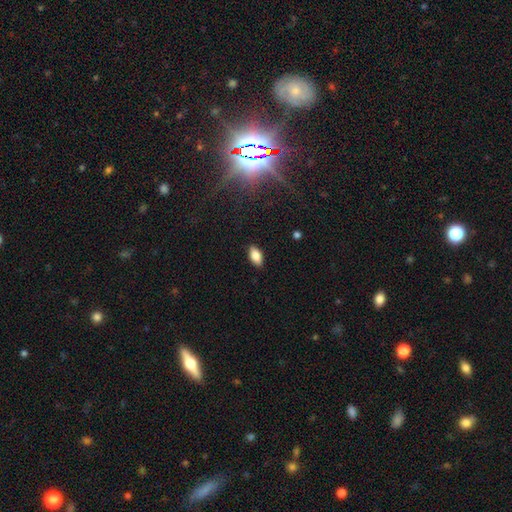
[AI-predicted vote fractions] This is clearly a smooth galaxy (82%). How rounded: clearly in between (91%). Merging: clearly none (88%).